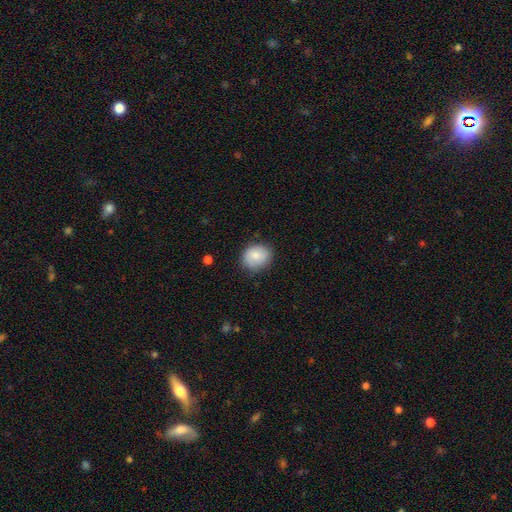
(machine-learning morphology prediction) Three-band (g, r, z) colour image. It shows a smooth galaxy with no disk features (83%) that is round (61%). Merging: none (81%).